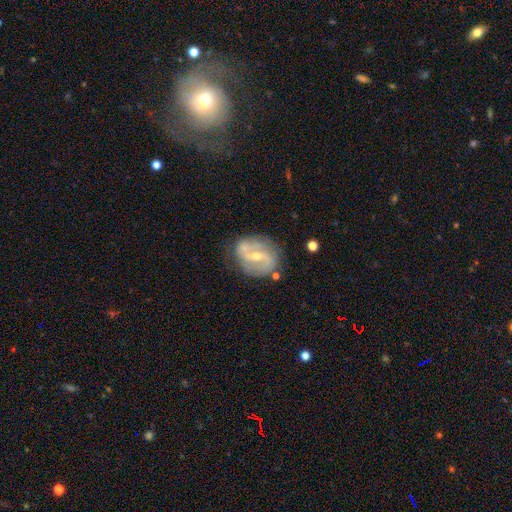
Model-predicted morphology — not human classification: Smooth or featured: featured or disk — 84% (smooth — 10%)
Edge-on disk: no — 97% (yes — 3%)
Bar: weak — 44% (strong — 38%)
Spiral arms: yes — 90% (no — 10%)
Spiral winding: medium — 48% (loose — 27%)
Spiral arm count: 2 — 85% (can't tell — 7%)
Bulge size: small — 56% (moderate — 41%)
Merging: none — 71% (minor disturbance — 18%)